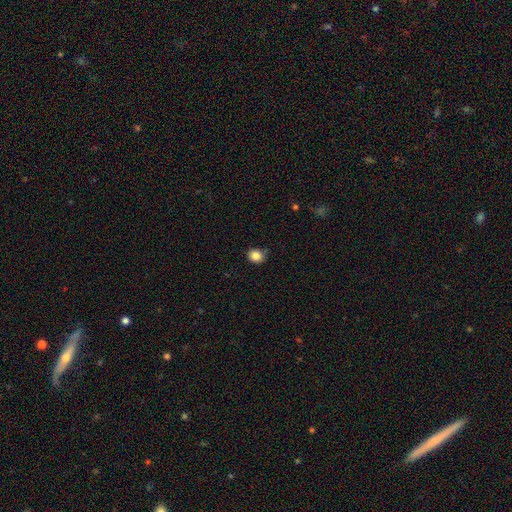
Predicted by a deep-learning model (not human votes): smooth 85%, star or artifact 10%, featured or disk 4%. Down the decision tree: how rounded — round (71%); merging — none (80%).